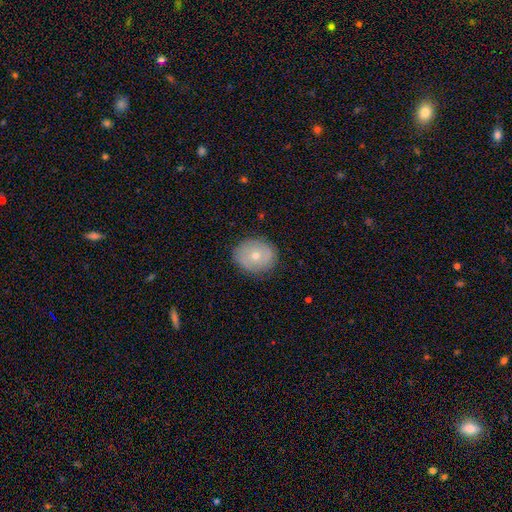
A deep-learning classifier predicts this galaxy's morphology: The model was most divided on "how rounded": round: 61%, in between: 39%, cigar-shaped: 1%. More confident: merging — none (83%); smooth or featured — smooth (57%).